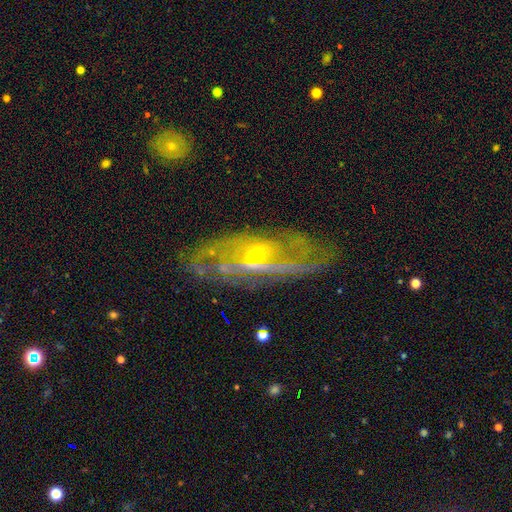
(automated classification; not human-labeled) A featured or disk galaxy (75%) with no bar (58%), spiral arms (63%) and a small central bulge (59%).

Vote fractions:
- Smooth or featured? featured or disk: 75% / smooth: 13% / star or artifact: 11%
- Edge-on disk? no: 80% / yes: 20%
- Bar? no: 58% / weak: 28% / strong: 14%
- Spiral arms? yes: 63% / no: 37%
- Bulge size? small: 59% / moderate: 34% / none: 3% / large: 3% / dominant: 2%
- Merging? none: 63% / minor disturbance: 19% / major disturbance: 14% / merger: 5%